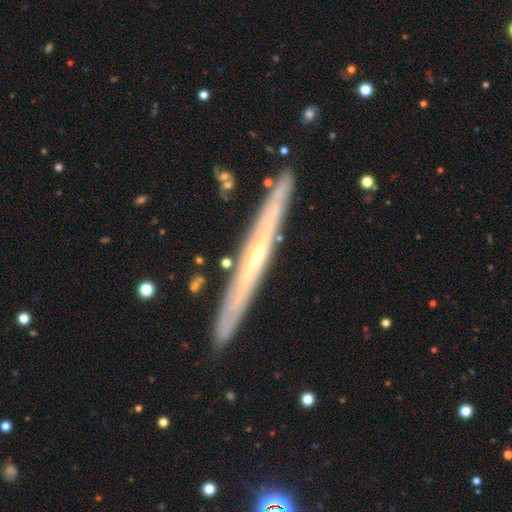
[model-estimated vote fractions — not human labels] The model was most divided on "edge-on bulge": none: 52%, rounded: 46%, boxy: 3%. More confident: edge-on disk — yes (93%); merging — none (89%); smooth or featured — featured or disk (76%).